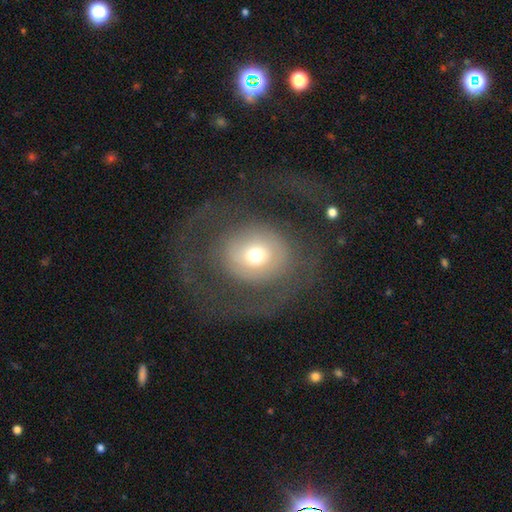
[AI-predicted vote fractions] Morphology: type=smooth (50%); merging=none (47%).